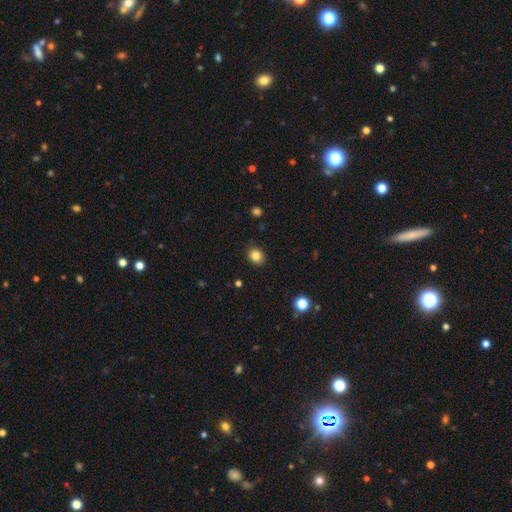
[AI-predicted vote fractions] smooth 84%, star or artifact 11%, featured or disk 5%. Down the decision tree: how rounded — round (59%); merging — none (87%).